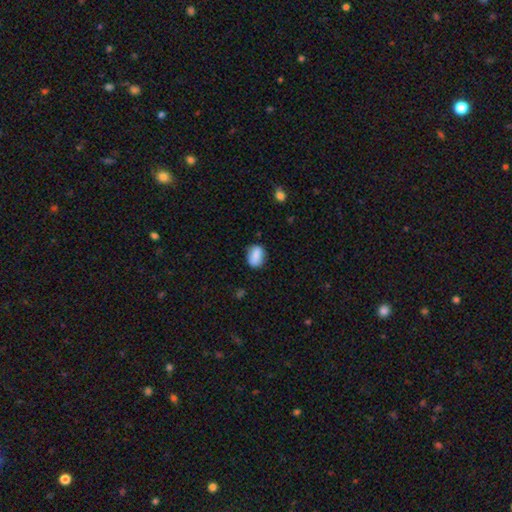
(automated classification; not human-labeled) Morphology: type=smooth (82%); roundness=in between (70%); merging=none (77%).